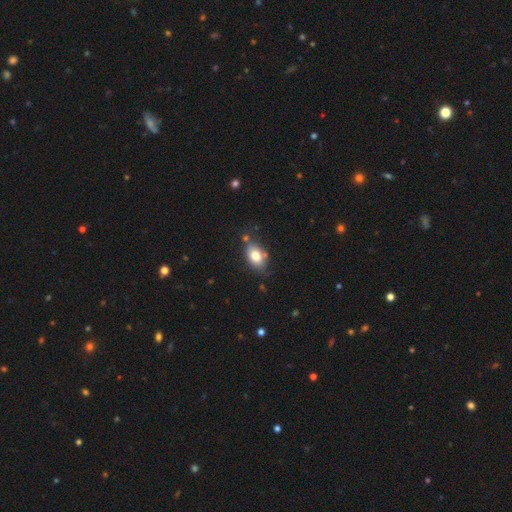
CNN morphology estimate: This is likely a smooth galaxy (77%). How rounded: clearly in between (86%). Merging: likely none (65%).